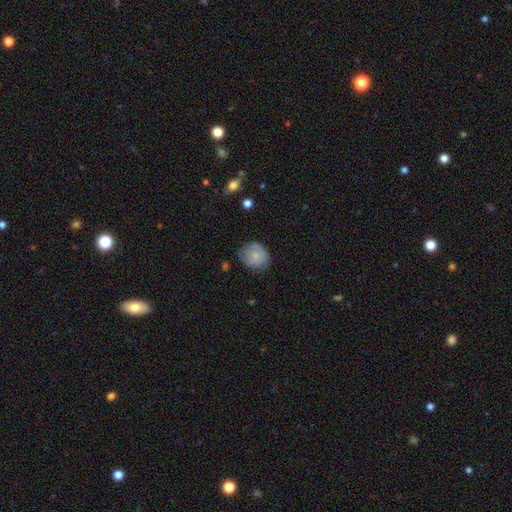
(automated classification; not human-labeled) smooth_or_featured: smooth (p=0.73) [alt: featured or disk p=0.19]
how_rounded: round (p=0.72) [alt: in between p=0.27]
merging: none (p=0.64) [alt: minor disturbance p=0.28]